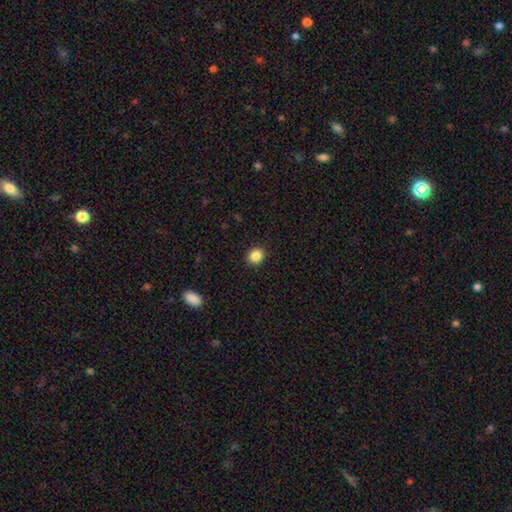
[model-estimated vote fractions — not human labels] A smooth galaxy with no disk features (86%) that is round (80%). Merging: none (92%).